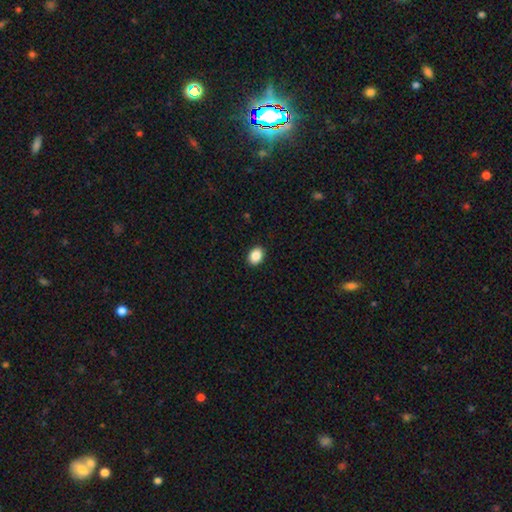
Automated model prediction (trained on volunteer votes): Smooth or featured? Predicted: smooth (p=0.88). How rounded? Predicted: in between (p=0.71). Merging? Predicted: none (p=0.91).